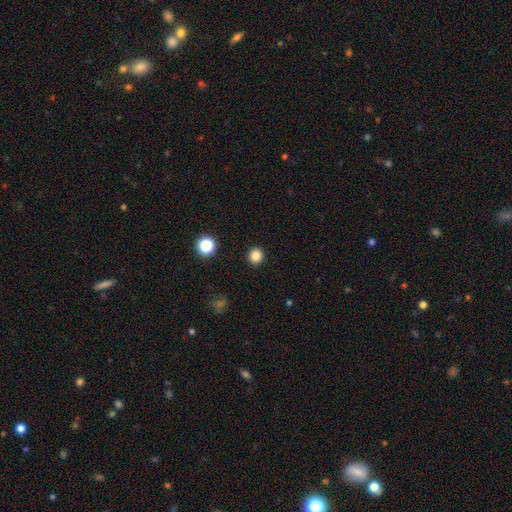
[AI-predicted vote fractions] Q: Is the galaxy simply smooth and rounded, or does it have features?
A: smooth — 84%.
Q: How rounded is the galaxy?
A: round — 92%.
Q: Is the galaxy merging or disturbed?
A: none — 92%.